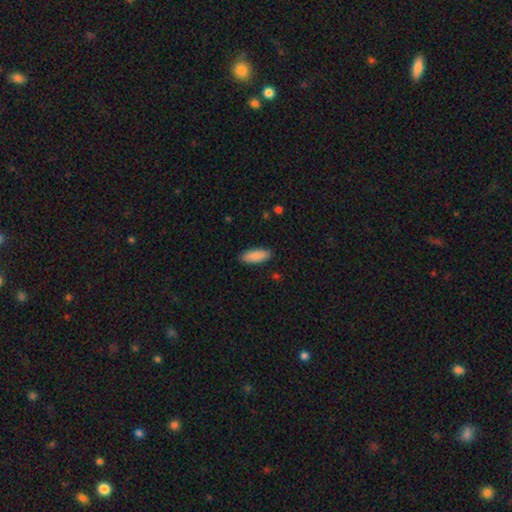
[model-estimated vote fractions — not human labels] smooth-or-featured: smooth: 89% | star or artifact: 6% | featured or disk: 5%
  how-rounded: in between: 74% | cigar-shaped: 25% | round: 2%
  merging: none: 87% | minor disturbance: 10% | major disturbance: 2% | merger: 1%